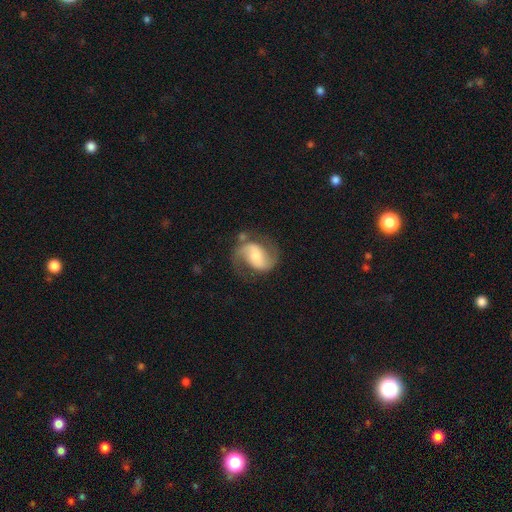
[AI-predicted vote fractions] This is clearly a featured or disk galaxy (82%). It is clearly not viewed edge-on (98%). Bar: marginally weak (42%). Spiral arm pattern: clearly yes (96%). Spiral arm count: clearly 2 (92%). Spiral winding: possibly medium (50%). Central bulge: marginally moderate (41%). Merging: likely none (70%).